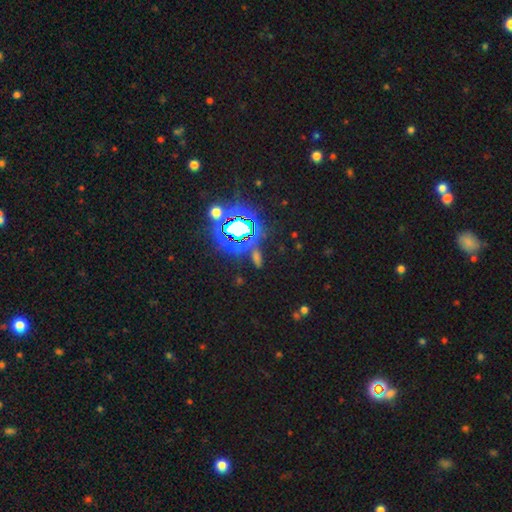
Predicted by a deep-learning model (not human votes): This appears to be a star or artifact, not a galaxy (61%).